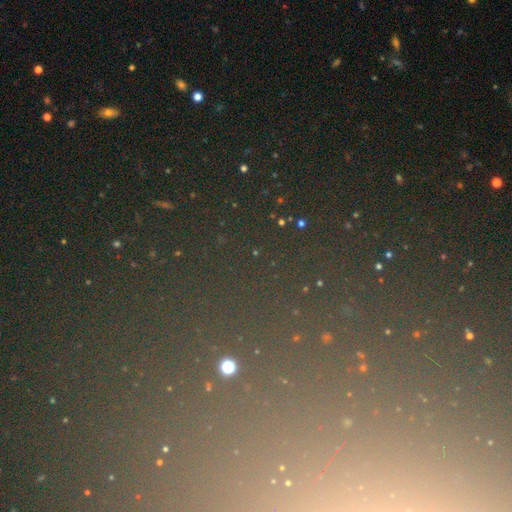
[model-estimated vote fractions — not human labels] star or artifact 76%, smooth 14%, featured or disk 9%.